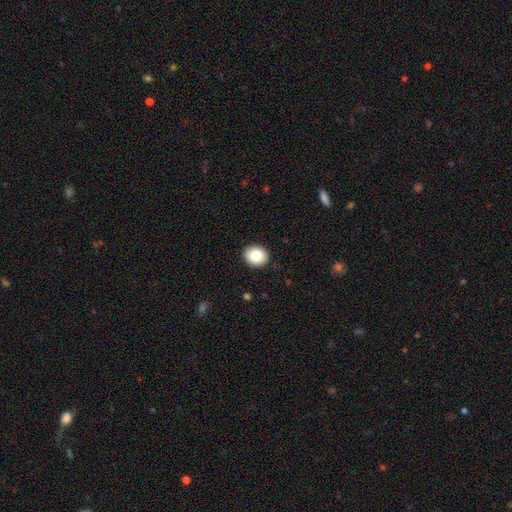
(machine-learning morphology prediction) A smooth galaxy with no disk features (83%) that is round (79%).

Vote fractions:
- Smooth or featured? smooth: 83% / star or artifact: 8% / featured or disk: 8%
- How rounded? round: 79% / in between: 20% / cigar-shaped: 1%
- Merging? none: 92% / minor disturbance: 6% / major disturbance: 2% / merger: 1%